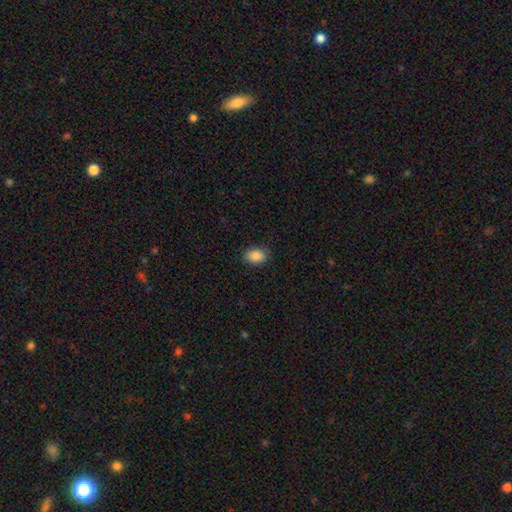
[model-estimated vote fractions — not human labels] Smooth or featured? smooth (88%)
How rounded? in between (83%)
Merging? none (87%)